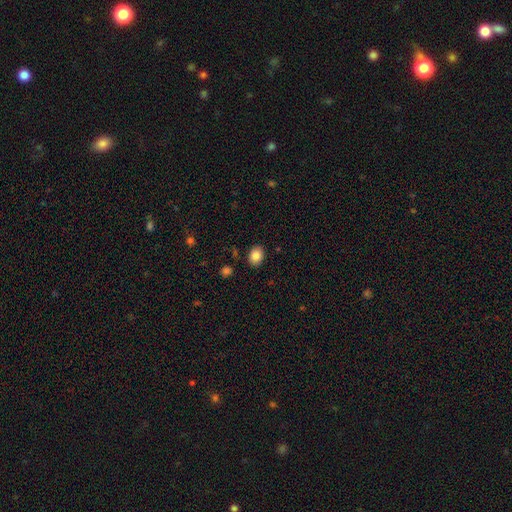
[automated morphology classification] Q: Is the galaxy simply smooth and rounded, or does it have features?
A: smooth — 85%.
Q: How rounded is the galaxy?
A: in between — 69%.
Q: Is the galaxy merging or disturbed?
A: none — 88%.